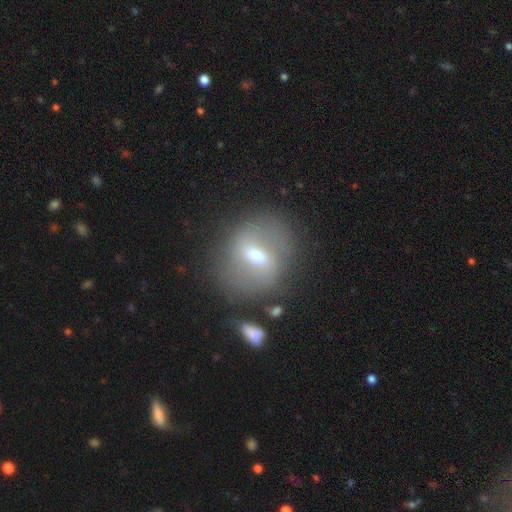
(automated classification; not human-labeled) Smooth or featured?
  - featured or disk: 55% *
  - smooth: 35%
  - star or artifact: 10%
Edge-on disk?
  - no: 90% *
  - yes: 10%
Merging?
  - none: 74% *
  - minor disturbance: 14%
  - major disturbance: 6%
  - merger: 5%